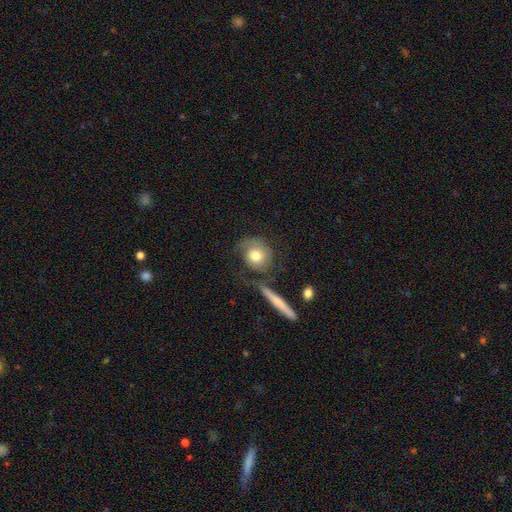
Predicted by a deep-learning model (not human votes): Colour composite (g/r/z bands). It shows a smooth galaxy with no disk features (59%) that is round (81%). Merging: none (51%).